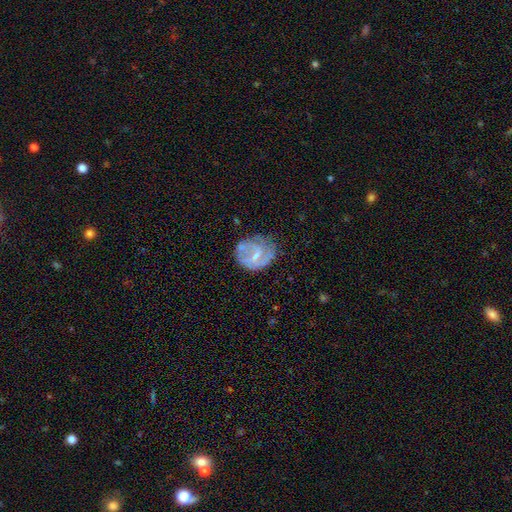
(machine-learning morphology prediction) This is likely a featured or disk galaxy (68%). It is clearly not viewed edge-on (98%). Bar: possibly weak (53%). Spiral arm pattern: likely yes (74%). Central bulge: likely small (62%). Merging: possibly none (51%).